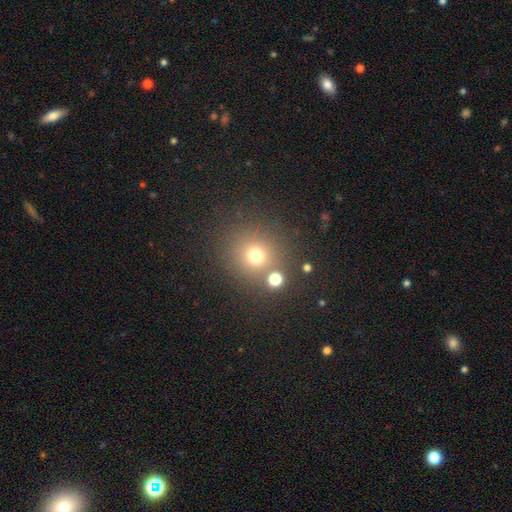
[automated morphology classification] This appears to be a smooth galaxy with no disk features (70%) that is round (91%). Merging: none (77%).